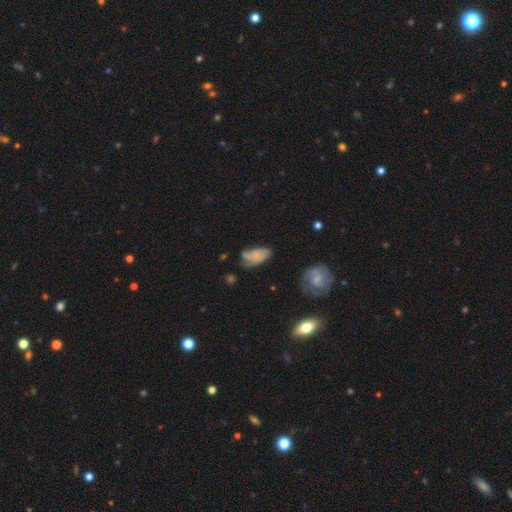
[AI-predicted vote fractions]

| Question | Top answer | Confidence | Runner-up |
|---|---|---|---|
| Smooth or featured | smooth | 52% | featured or disk (37%) |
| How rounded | in between | 90% | round (5%) |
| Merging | none | 43% | minor disturbance (32%) |